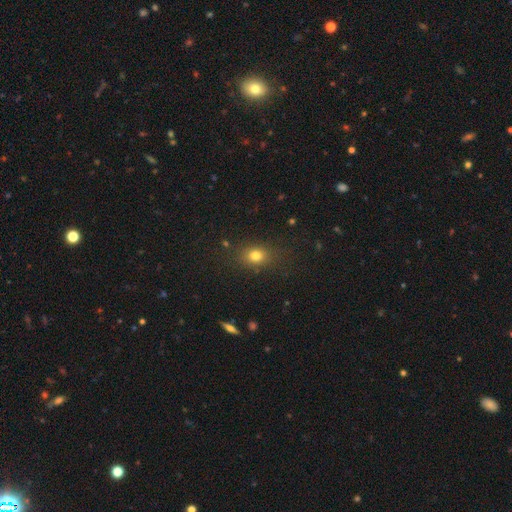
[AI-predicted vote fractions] The model was most divided on "how rounded": in between: 55%, round: 43%, cigar-shaped: 2%. More confident: merging — none (81%); smooth or featured — smooth (78%).